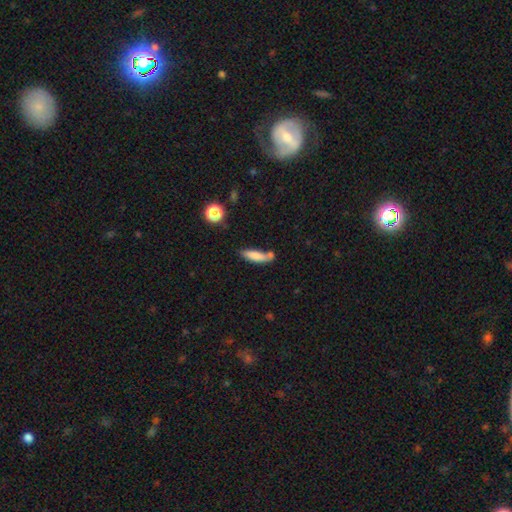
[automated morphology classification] This is likely a smooth galaxy (80%). How rounded: likely cigar-shaped (63%). Merging: possibly none (58%).